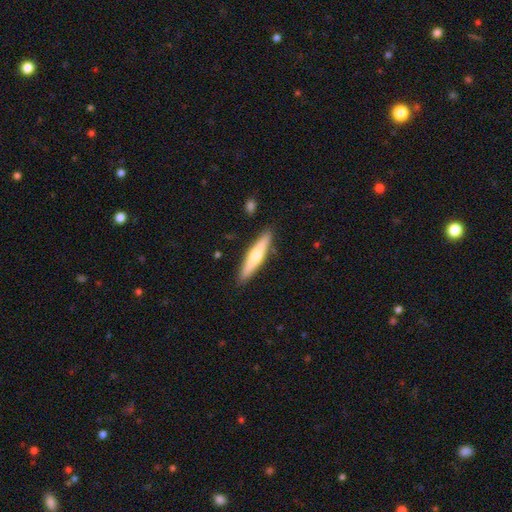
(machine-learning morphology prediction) Smooth or featured? smooth (54%)
How rounded? cigar-shaped (85%)
Merging? none (87%)